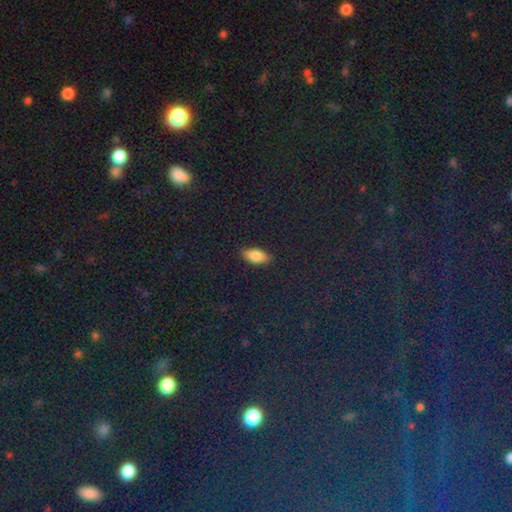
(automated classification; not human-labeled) The model was most divided on "smooth or featured": smooth: 81%, featured or disk: 10%, star or artifact: 9%. More confident: merging — none (87%); how rounded — in between (84%).